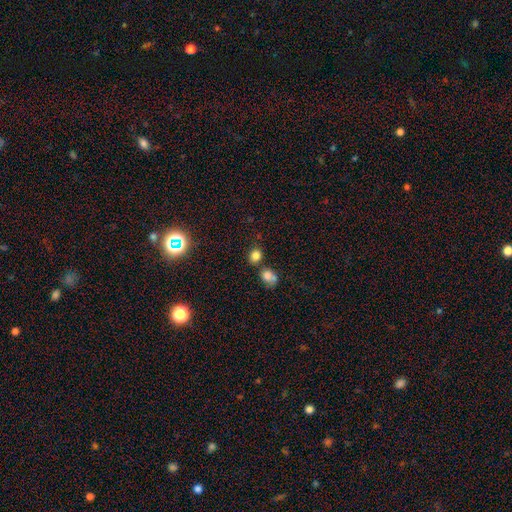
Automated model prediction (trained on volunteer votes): smooth-or-featured: smooth: 79% | star or artifact: 15% | featured or disk: 7%
  how-rounded: round: 60% | in between: 39% | cigar-shaped: 1%
  merging: none: 65% | merger: 20% | minor disturbance: 11% | major disturbance: 4%